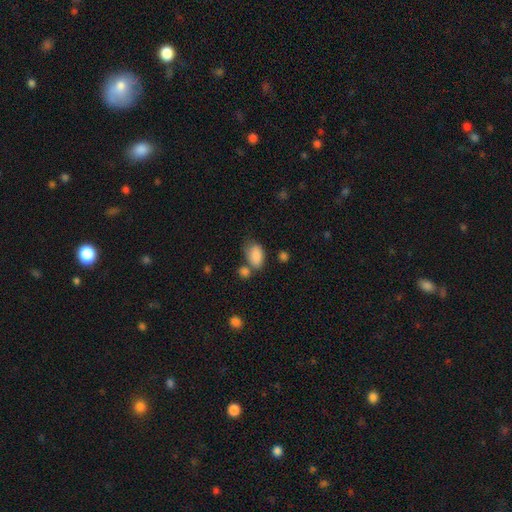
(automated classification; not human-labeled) A smooth galaxy with no disk features (86%) that is in between round and cigar-shaped (89%).

Vote fractions:
- Smooth or featured? smooth: 86% / star or artifact: 8% / featured or disk: 7%
- How rounded? in between: 89% / round: 9% / cigar-shaped: 2%
- Merging? none: 44% / merger: 25% / minor disturbance: 22% / major disturbance: 9%